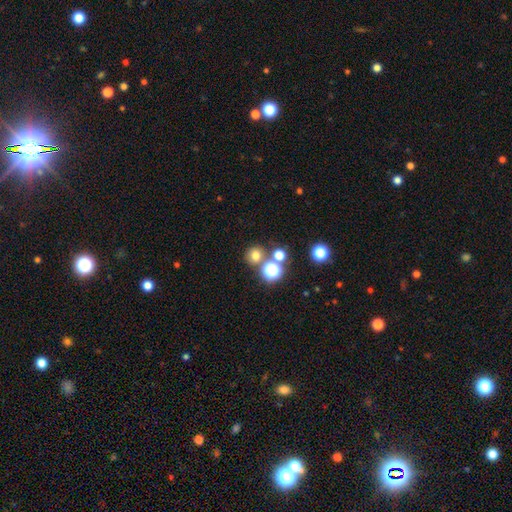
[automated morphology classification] Overall: smooth (70%). How rounded: round (87%). Merging: none (71%).